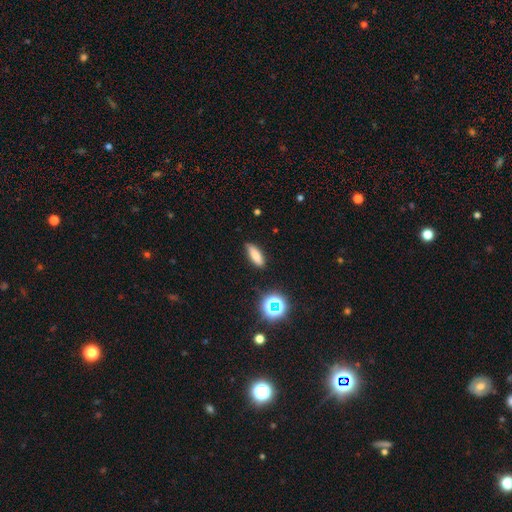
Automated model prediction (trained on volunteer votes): smooth 76%, star or artifact 13%, featured or disk 11%. Down the decision tree: how rounded — in between (56%); merging — none (82%).